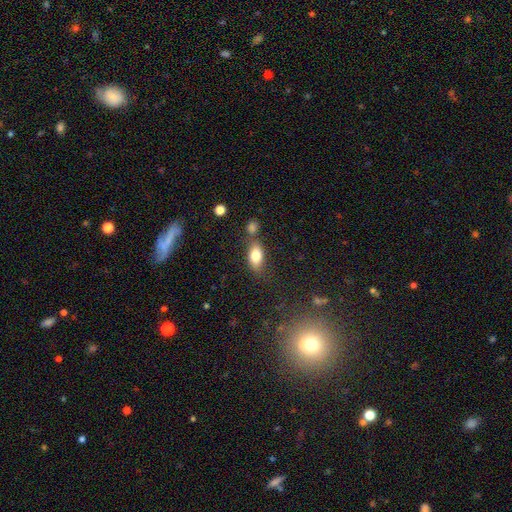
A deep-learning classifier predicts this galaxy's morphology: This appears to be a smooth galaxy with no disk features (79%) that is in between round and cigar-shaped (86%). Merging: none (64%).